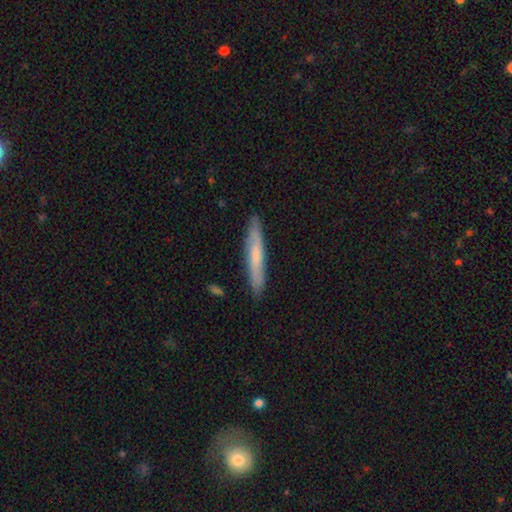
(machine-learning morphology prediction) This is possibly a smooth galaxy (56%). How rounded: clearly cigar-shaped (94%). Merging: clearly none (87%).